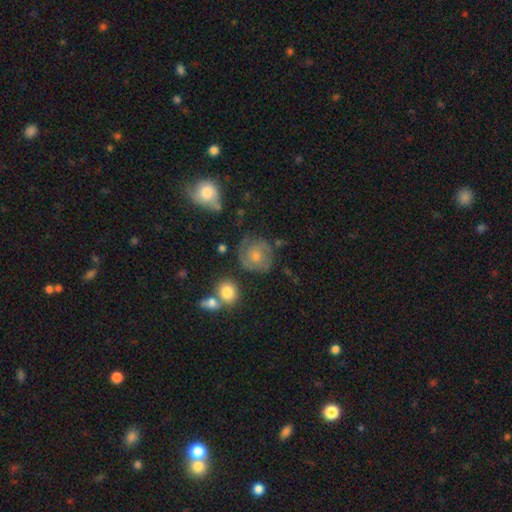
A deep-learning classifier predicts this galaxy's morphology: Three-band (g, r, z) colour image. It shows a featured or disk galaxy (52%) with no bar (79%), spiral arms (76%) and a small central bulge (55%). Merging: none (60%).